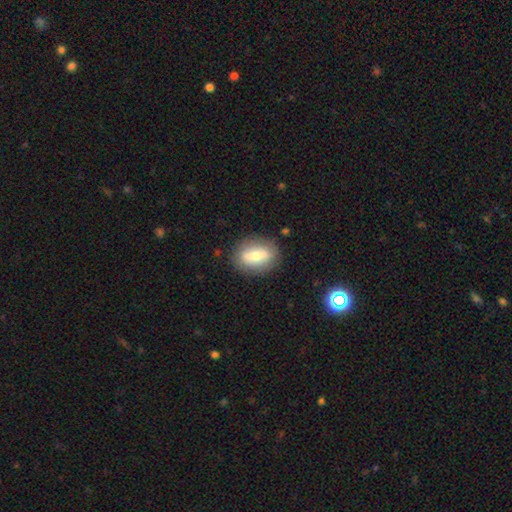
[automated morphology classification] Smooth or featured? Predicted: smooth (p=0.62). How rounded? Predicted: in between (p=0.72). Merging? Predicted: none (p=0.80).